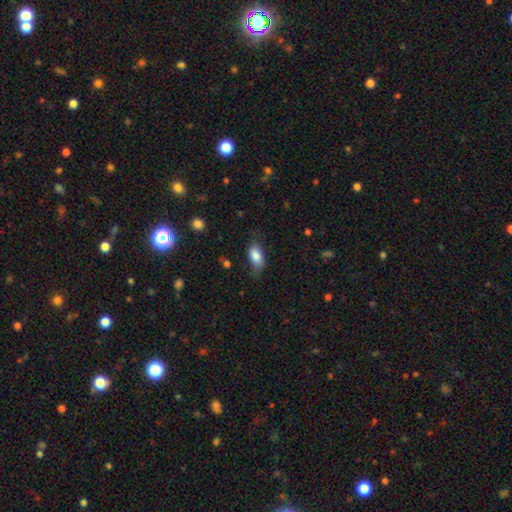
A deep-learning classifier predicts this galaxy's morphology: Smooth or featured? Predicted: smooth (p=0.82). How rounded? Predicted: in between (p=0.88). Merging? Predicted: none (p=0.60).